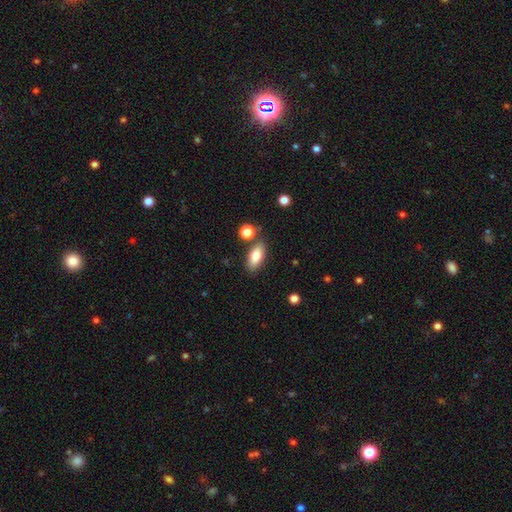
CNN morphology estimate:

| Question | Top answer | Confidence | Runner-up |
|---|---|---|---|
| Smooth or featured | smooth | 81% | featured or disk (11%) |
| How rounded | in between | 81% | cigar-shaped (15%) |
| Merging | none | 79% | minor disturbance (11%) |